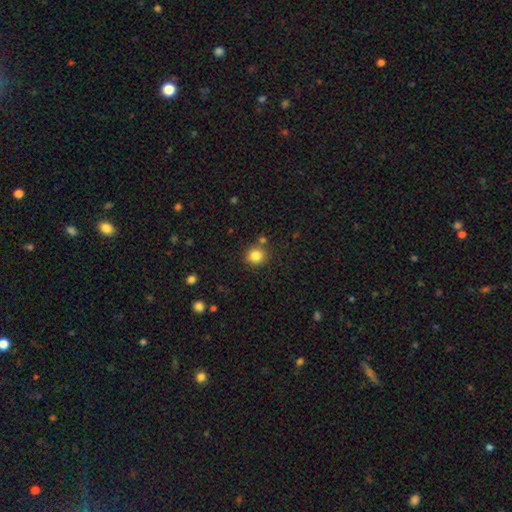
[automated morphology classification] The model was most divided on "merging": none: 79%, merger: 9%, minor disturbance: 9%, major disturbance: 3%. More confident: how rounded — round (89%); smooth or featured — smooth (84%).